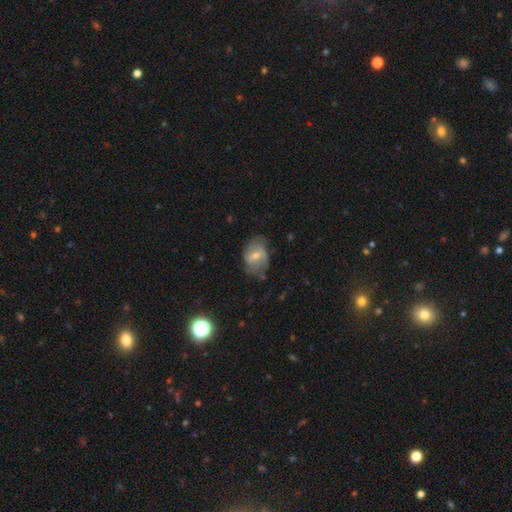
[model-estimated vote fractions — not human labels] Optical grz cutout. It shows a featured or disk galaxy (50%). Merging: none (54%).